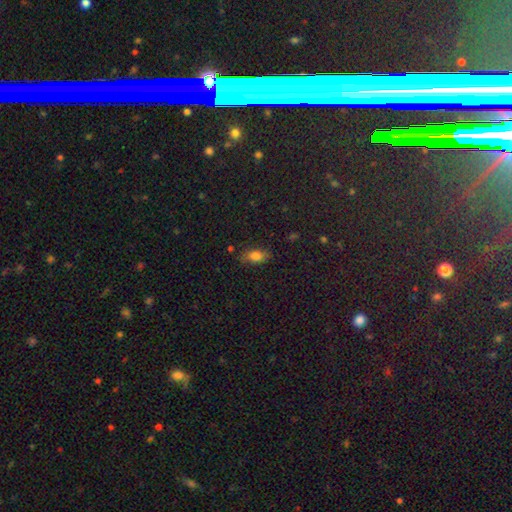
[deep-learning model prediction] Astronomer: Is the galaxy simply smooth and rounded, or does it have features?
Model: smooth — 79%.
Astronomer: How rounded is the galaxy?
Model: in between — 84%.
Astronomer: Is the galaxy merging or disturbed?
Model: none — 80%.